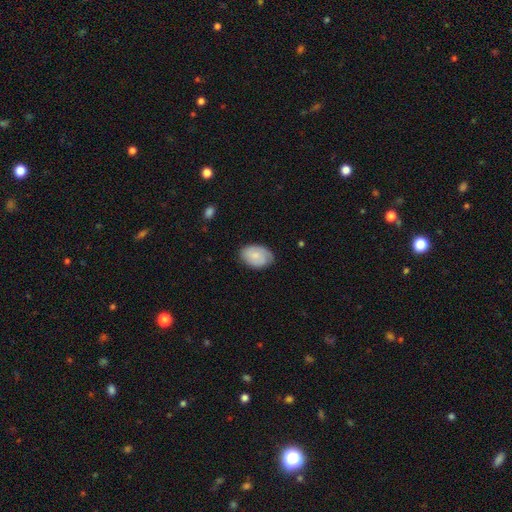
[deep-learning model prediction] Smooth or featured?
  - smooth: 72% *
  - featured or disk: 22%
  - star or artifact: 6%
How rounded?
  - in between: 84% *
  - round: 14%
  - cigar-shaped: 1%
Merging?
  - none: 74% *
  - minor disturbance: 21%
  - major disturbance: 4%
  - merger: 1%